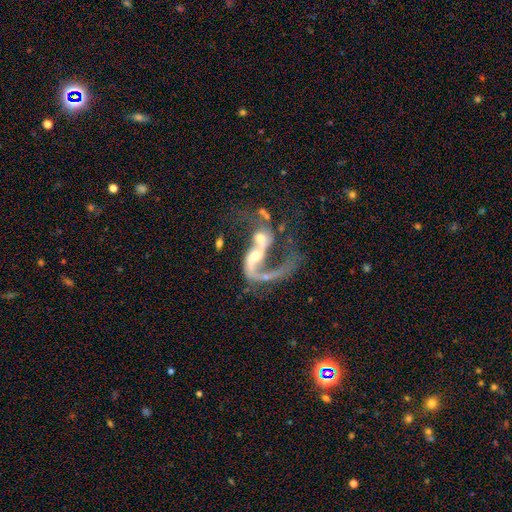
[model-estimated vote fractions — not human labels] Smooth or featured?
  - featured or disk: 80% *
  - smooth: 12%
  - star or artifact: 8%
Edge-on disk?
  - no: 96% *
  - yes: 4%
Bar?
  - no: 55% *
  - weak: 31%
  - strong: 14%
Spiral arms?
  - yes: 80% *
  - no: 20%
Spiral winding?
  - loose: 81% *
  - medium: 15%
  - tight: 4%
Spiral arm count?
  - 1: 60% *
  - 2: 32%
  - can't tell: 5%
  - 3: 2%
  - 4: 1%
  - more than 4: 1%
Bulge size?
  - moderate: 48% *
  - small: 34%
  - none: 8%
  - large: 8%
  - dominant: 2%
Merging?
  - merger: 51% *
  - major disturbance: 26%
  - none: 15%
  - minor disturbance: 7%